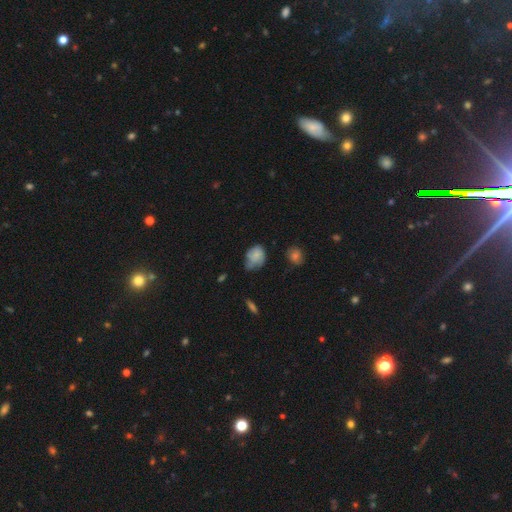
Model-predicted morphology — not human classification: A smooth galaxy with no disk features (68%) that is in between round and cigar-shaped (66%). Merging: minor disturbance (39%).